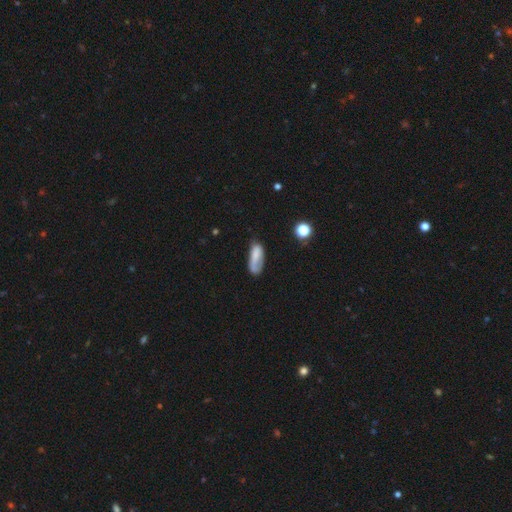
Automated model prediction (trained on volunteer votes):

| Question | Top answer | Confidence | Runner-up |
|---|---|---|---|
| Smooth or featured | smooth | 68% | featured or disk (23%) |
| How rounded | in between | 69% | cigar-shaped (28%) |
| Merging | none | 47% | minor disturbance (30%) |